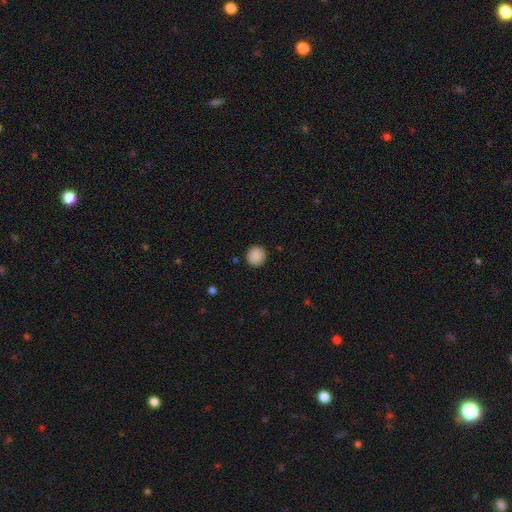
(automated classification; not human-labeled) A smooth galaxy with no disk features (89%) that is round (92%). Merging: none (90%).